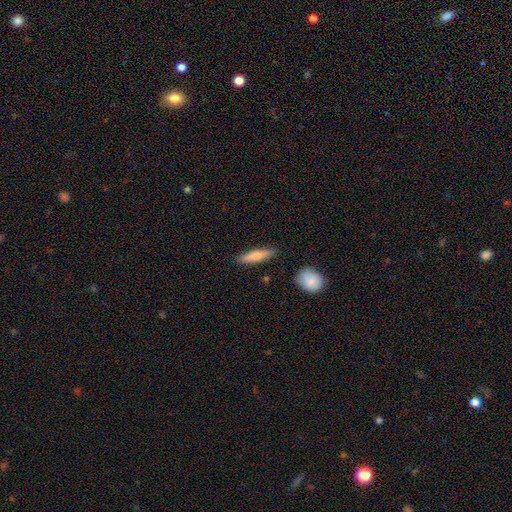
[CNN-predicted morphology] Smooth or featured: smooth — 71% (featured or disk — 23%)
How rounded: cigar-shaped — 82% (in between — 16%)
Merging: none — 87% (minor disturbance — 9%)